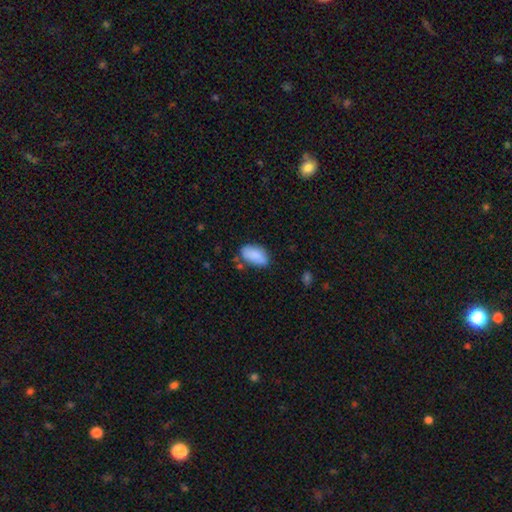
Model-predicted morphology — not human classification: smooth 87%, star or artifact 7%, featured or disk 7%. Down the decision tree: how rounded — in between (94%); merging — none (70%).